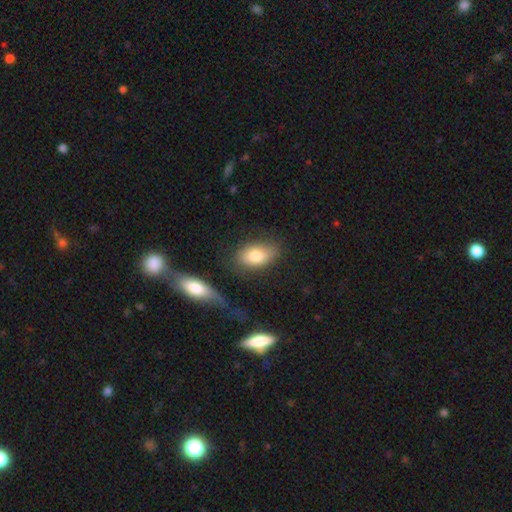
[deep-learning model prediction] Morphology: type=smooth (79%); roundness=in between (89%); merging=none (68%).